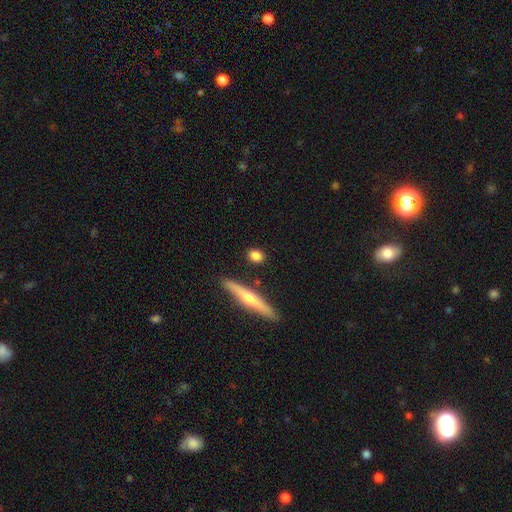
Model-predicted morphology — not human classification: type=smooth (78%); roundness=round (52%); merging=none (85%).